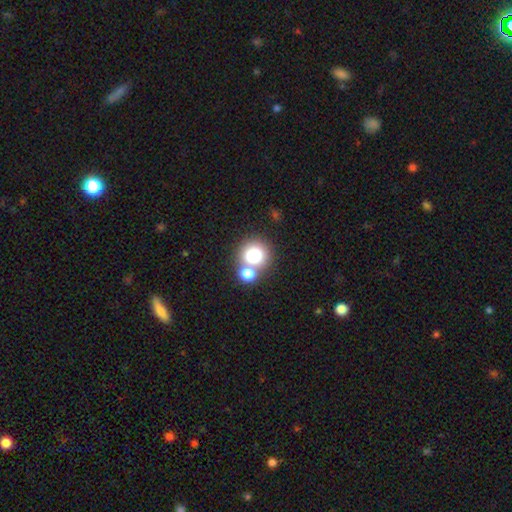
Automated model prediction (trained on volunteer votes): smooth_or_featured: smooth (p=0.76) [alt: featured or disk p=0.12]
how_rounded: round (p=0.84) [alt: in between p=0.15]
merging: none (p=0.47) [alt: merger p=0.42]